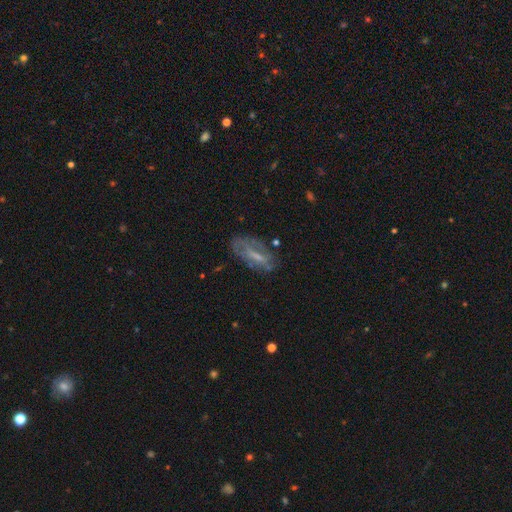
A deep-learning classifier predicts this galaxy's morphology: This is possibly a featured or disk galaxy (51%). It is clearly not viewed edge-on (83%). Merging: possibly none (60%).